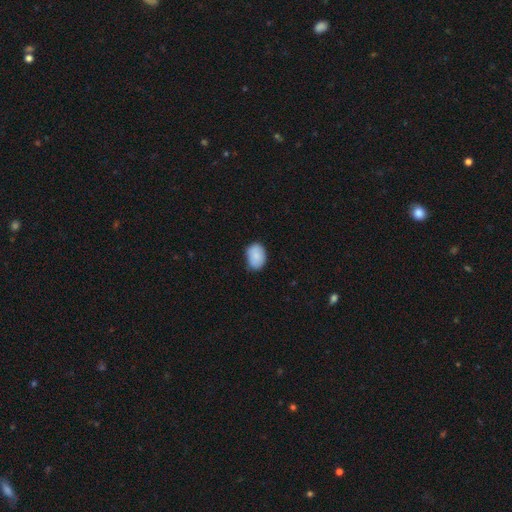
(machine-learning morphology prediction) A smooth galaxy with no disk features (87%) that is in between round and cigar-shaped (78%). Merging: none (71%).